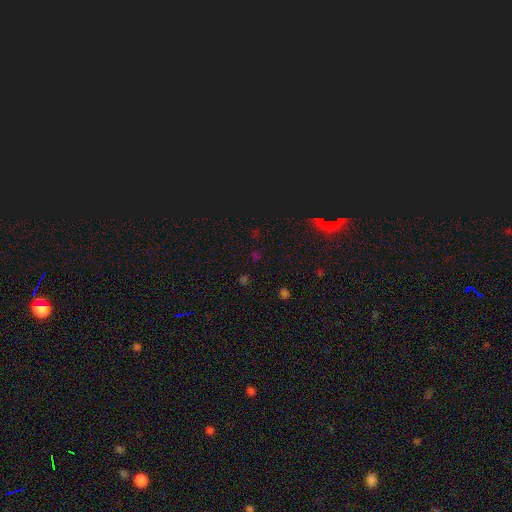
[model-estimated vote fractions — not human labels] Smooth or featured?
  - star or artifact: 67% *
  - smooth: 27%
  - featured or disk: 7%